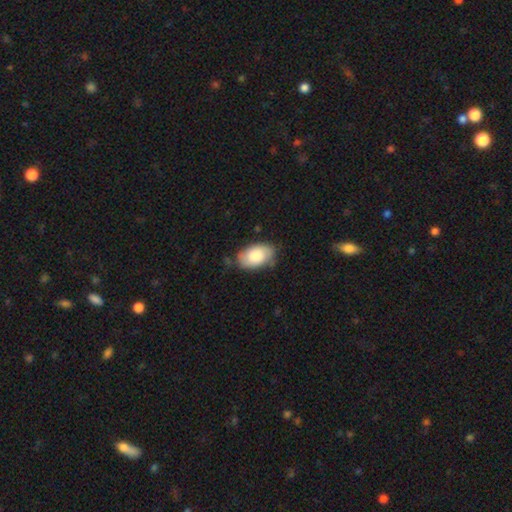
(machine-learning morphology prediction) smooth_or_featured: smooth (p=0.71) [alt: featured or disk p=0.23]
how_rounded: in between (p=0.94) [alt: round p=0.05]
merging: none (p=0.72) [alt: minor disturbance p=0.22]